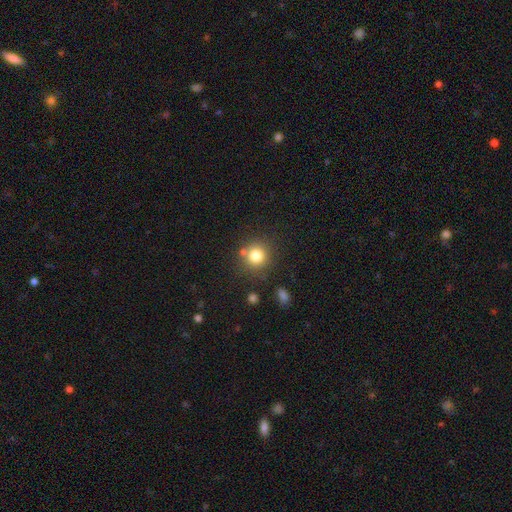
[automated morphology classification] type=smooth (80%); roundness=round (90%); merging=none (76%).